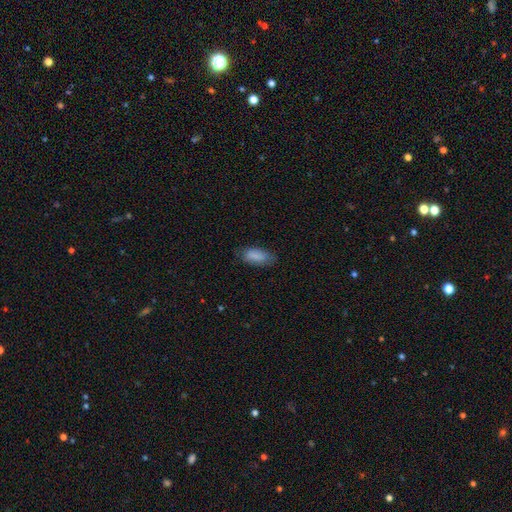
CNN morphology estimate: This appears to be a smooth galaxy with no disk features (86%) that is in between round and cigar-shaped (85%). Merging: none (73%).